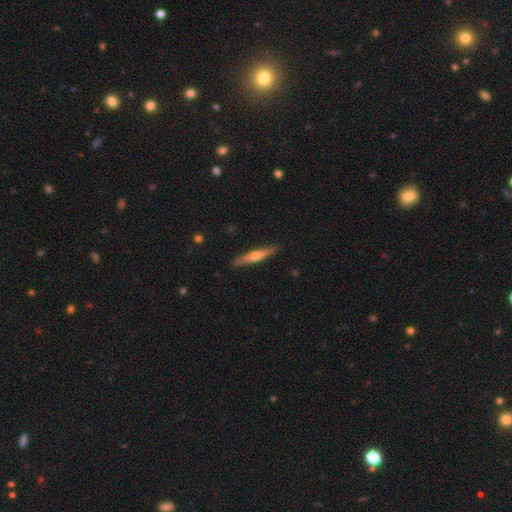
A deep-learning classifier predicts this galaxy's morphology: featured or disk 53%, smooth 41%, star or artifact 6%. Down the decision tree: edge-on disk — yes (95%); edge-on bulge — rounded (86%); merging — none (90%).